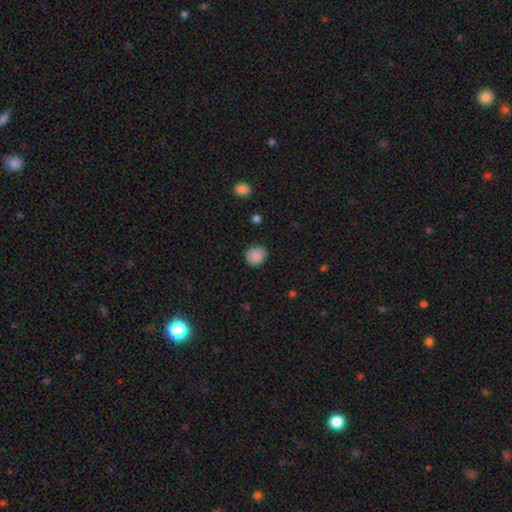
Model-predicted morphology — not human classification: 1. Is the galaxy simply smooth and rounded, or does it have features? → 88% smooth, 9% star or artifact, 4% featured or disk.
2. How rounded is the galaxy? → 81% round, 18% in between, 1% cigar-shaped.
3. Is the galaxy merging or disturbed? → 84% none, 12% minor disturbance, 3% major disturbance, 1% merger.